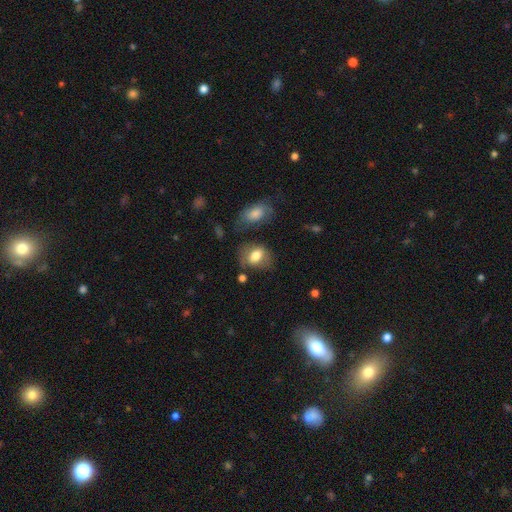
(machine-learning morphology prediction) Smooth or featured?
  - smooth: 73% *
  - featured or disk: 19%
  - star or artifact: 8%
How rounded?
  - in between: 71% *
  - round: 27%
  - cigar-shaped: 2%
Merging?
  - none: 59% *
  - minor disturbance: 23%
  - major disturbance: 11%
  - merger: 7%